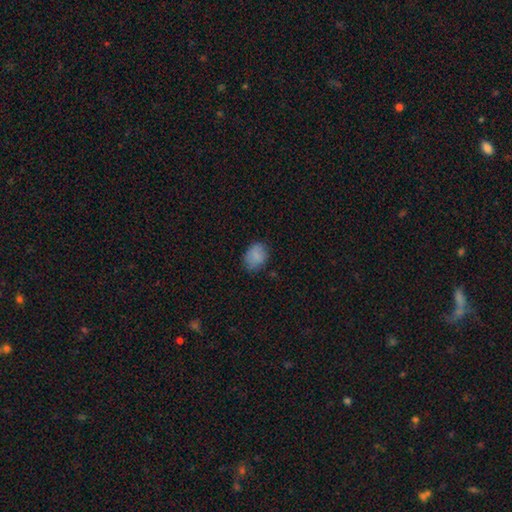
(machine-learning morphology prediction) The model was most divided on "how rounded": in between: 60%, round: 39%, cigar-shaped: 1%. More confident: smooth or featured — smooth (84%); merging — none (76%).